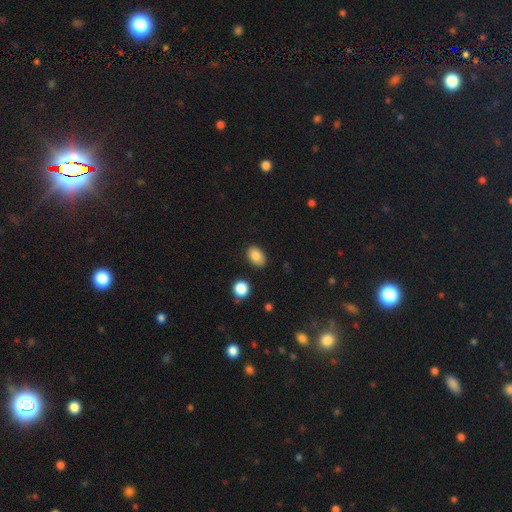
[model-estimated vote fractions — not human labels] Morphology: type=smooth (85%); roundness=in between (86%); merging=none (84%).